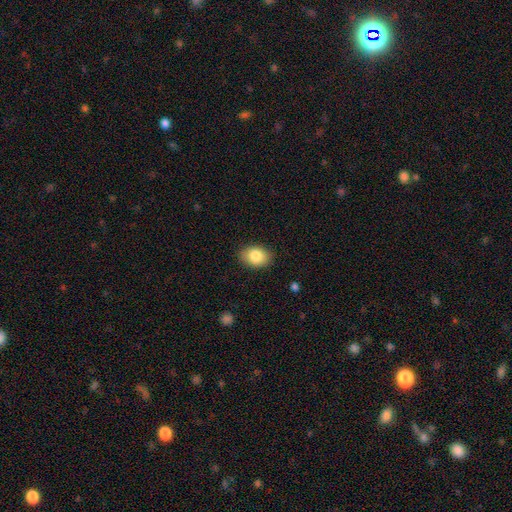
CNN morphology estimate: smooth-or-featured: smooth: 85% | star or artifact: 8% | featured or disk: 7%
  how-rounded: in between: 76% | round: 23% | cigar-shaped: 1%
  merging: none: 87% | minor disturbance: 10% | major disturbance: 2% | merger: 1%